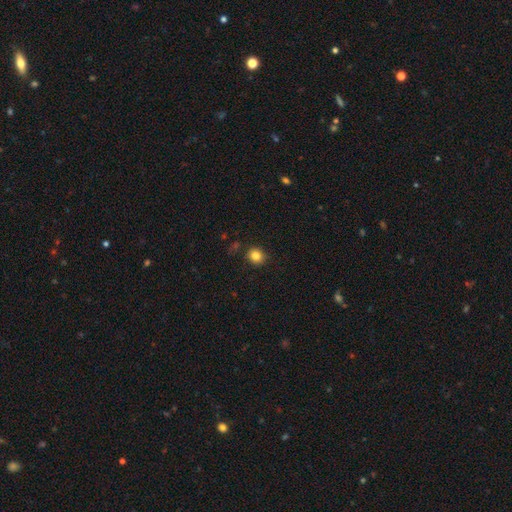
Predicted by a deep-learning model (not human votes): Smooth or featured: smooth — 83% (star or artifact — 11%)
How rounded: round — 81% (in between — 18%)
Merging: none — 84% (minor disturbance — 11%)